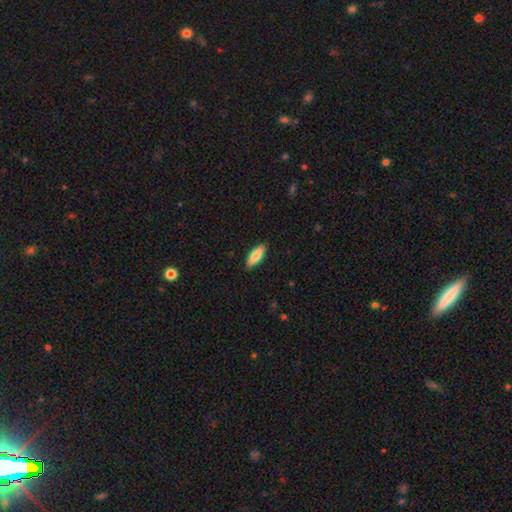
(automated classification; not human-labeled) Smooth or featured: smooth — 86% (featured or disk — 9%)
How rounded: in between — 62% (cigar-shaped — 37%)
Merging: none — 90% (minor disturbance — 8%)